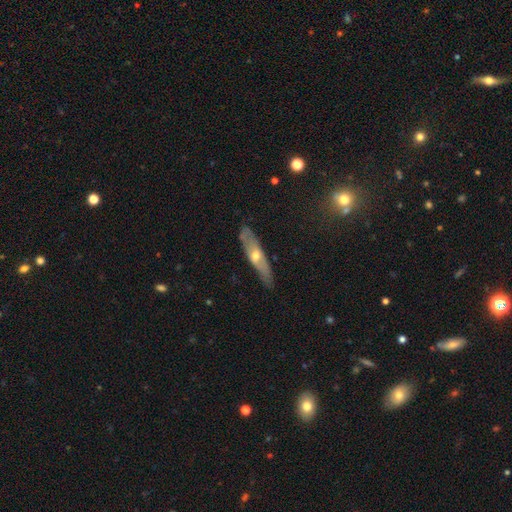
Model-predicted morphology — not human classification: Smooth or featured? Predicted: featured or disk (p=0.62). Edge-on disk? Predicted: yes (p=0.64). Merging? Predicted: none (p=0.80).